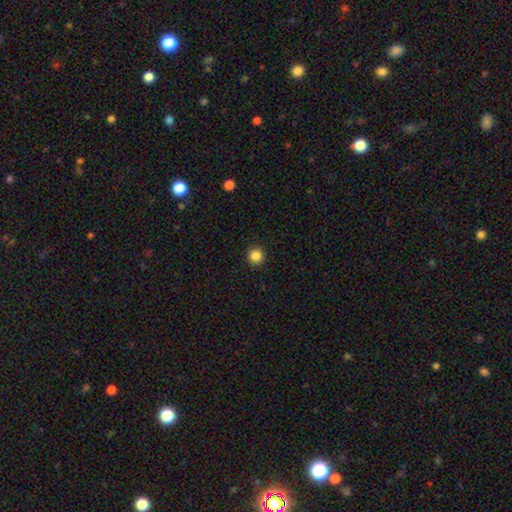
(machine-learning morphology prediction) Overall: smooth (86%). How rounded: round (94%). Merging: none (93%).